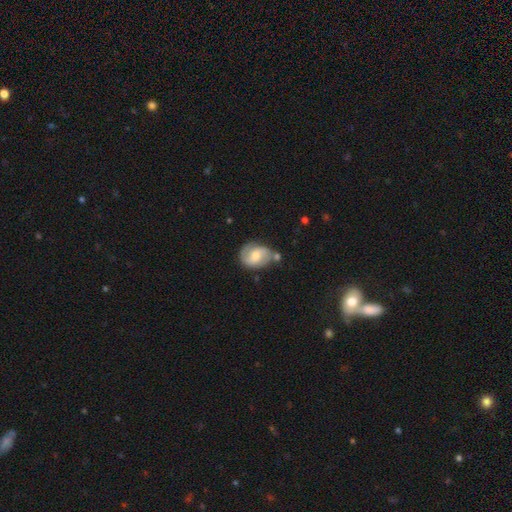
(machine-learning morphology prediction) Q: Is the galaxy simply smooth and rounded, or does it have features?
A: featured or disk — 64%.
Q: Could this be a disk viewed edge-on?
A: no — 97%.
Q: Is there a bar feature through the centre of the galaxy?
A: weak — 49%.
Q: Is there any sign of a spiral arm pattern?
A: yes — 89%.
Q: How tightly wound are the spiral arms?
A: medium — 48%.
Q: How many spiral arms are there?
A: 2 — 80%.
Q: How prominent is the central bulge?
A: moderate — 57%.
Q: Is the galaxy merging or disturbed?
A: none — 57%.